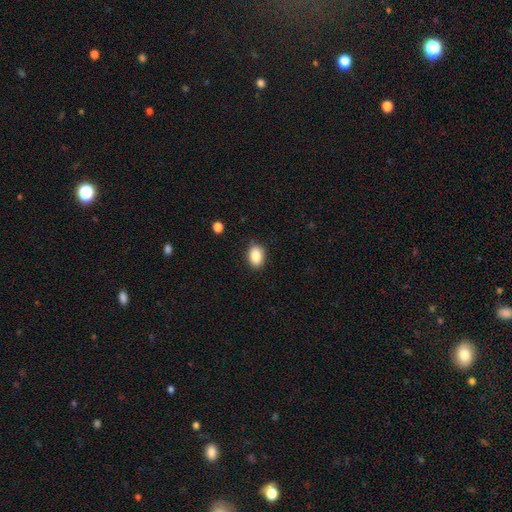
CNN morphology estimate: This appears to be a smooth galaxy with no disk features (87%) that is in between round and cigar-shaped (82%). Merging: none (84%).